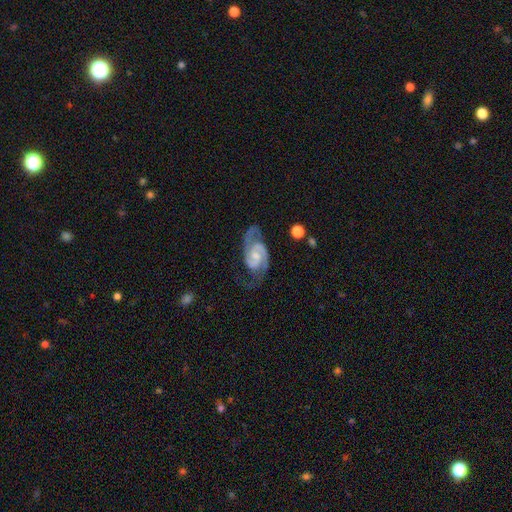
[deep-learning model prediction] smooth-or-featured: featured or disk: 90% | smooth: 6% | star or artifact: 4%
  disk-edge-on: no: 97% | yes: 3%
    bar: no: 46% | weak: 44% | strong: 10%
    has-spiral-arms: yes: 98% | no: 2%
      spiral-winding: medium: 53% | tight: 36% | loose: 11%
      spiral-arm-count: 2: 91% | can't tell: 3% | 3: 2% | 1: 2% | 4: 1% | more than 4: 1%
    bulge-size: small: 45% | moderate: 38% | none: 12% | large: 4% | dominant: 1%
  merging: none: 66% | minor disturbance: 20% | major disturbance: 12% | merger: 2%